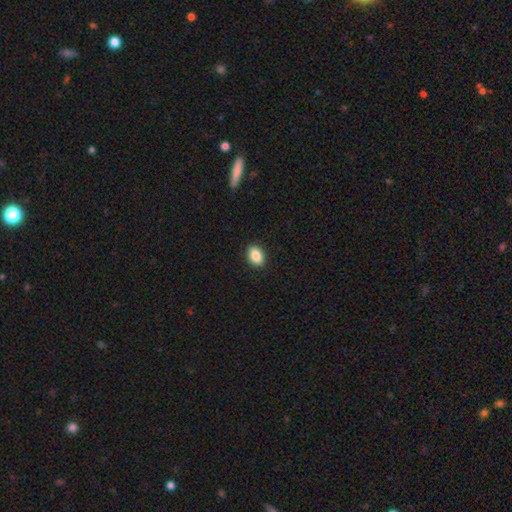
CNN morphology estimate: Overall: smooth (87%). How rounded: in between (84%). Merging: none (90%).